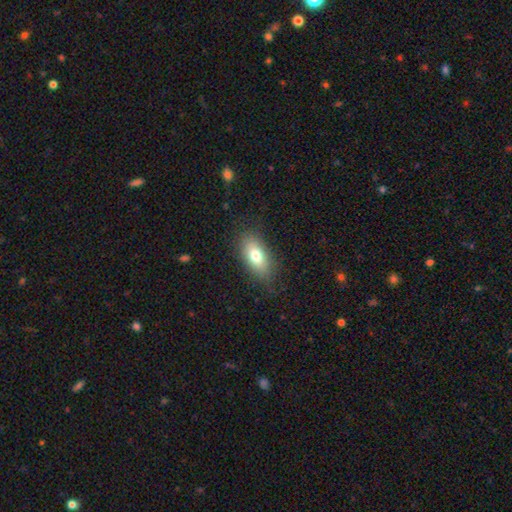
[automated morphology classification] Smooth or featured? Predicted: smooth (p=0.74). How rounded? Predicted: in between (p=0.85). Merging? Predicted: none (p=0.83).